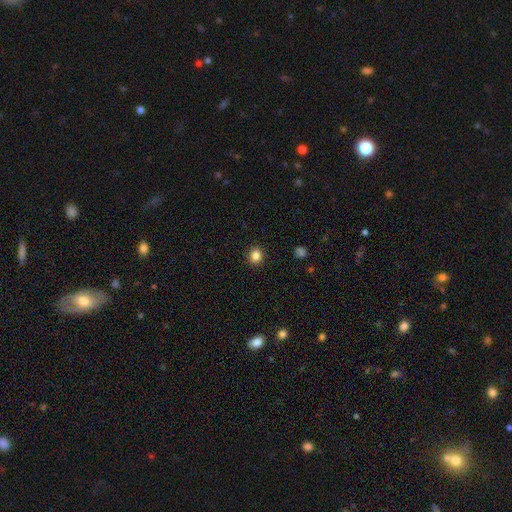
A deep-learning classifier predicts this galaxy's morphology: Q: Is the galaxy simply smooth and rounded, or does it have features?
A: smooth — 85%.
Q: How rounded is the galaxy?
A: round — 76%.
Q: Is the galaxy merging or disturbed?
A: none — 92%.